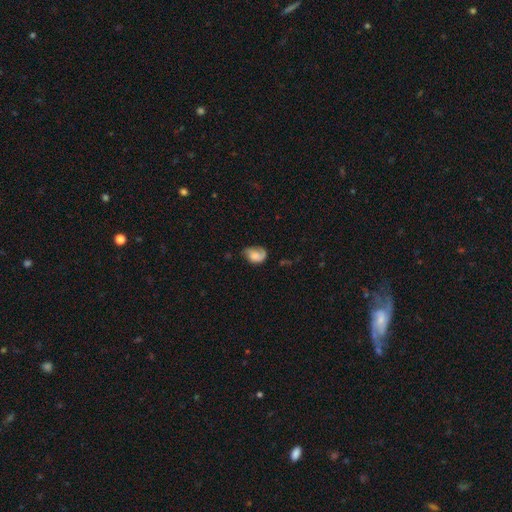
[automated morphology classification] Smooth or featured: smooth — 50% (featured or disk — 41%)
How rounded: in between — 72% (round — 26%)
Merging: none — 45% (minor disturbance — 33%)